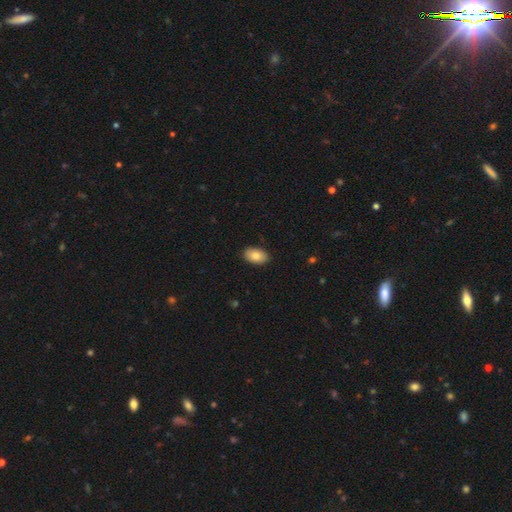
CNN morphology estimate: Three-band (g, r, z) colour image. It shows a smooth galaxy with no disk features (83%) that is in between round and cigar-shaped (93%). Merging: none (89%).